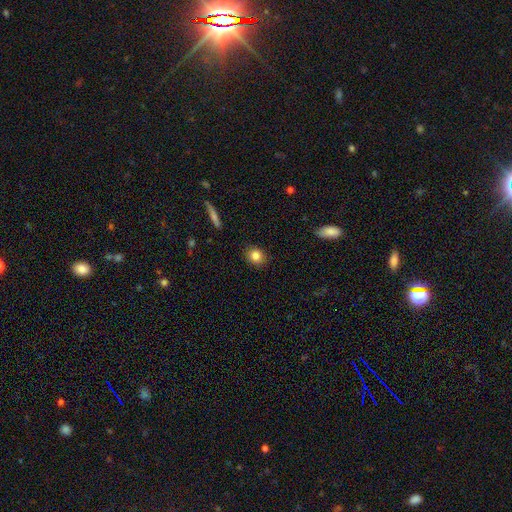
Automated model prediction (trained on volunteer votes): smooth-or-featured: smooth: 84% | star or artifact: 9% | featured or disk: 7%
  how-rounded: round: 69% | in between: 29% | cigar-shaped: 2%
  merging: none: 89% | minor disturbance: 8% | major disturbance: 2% | merger: 1%